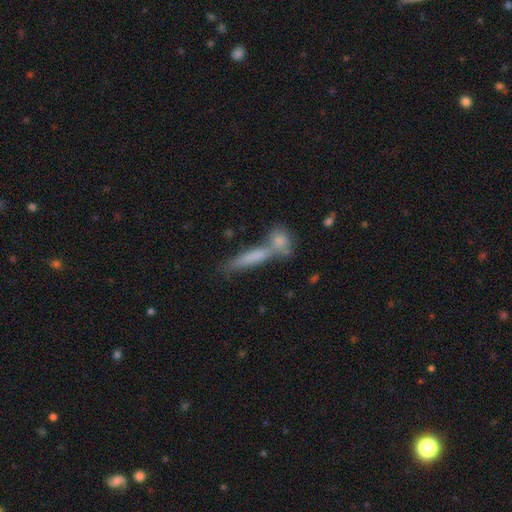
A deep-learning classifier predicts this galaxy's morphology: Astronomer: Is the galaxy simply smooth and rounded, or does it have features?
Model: smooth — 66%.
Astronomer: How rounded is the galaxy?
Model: cigar-shaped — 75%.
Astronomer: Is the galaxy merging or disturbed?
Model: none — 48% (runner-up: merger, 38%).